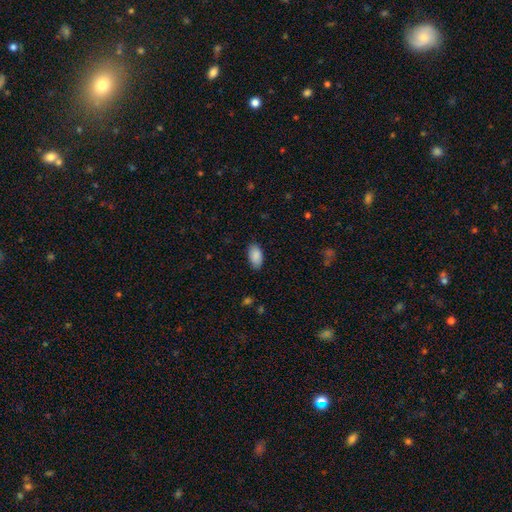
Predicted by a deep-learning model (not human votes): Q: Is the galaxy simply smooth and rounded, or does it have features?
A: smooth — 89%.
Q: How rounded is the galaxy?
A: in between — 95%.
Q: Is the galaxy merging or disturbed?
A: none — 84%.